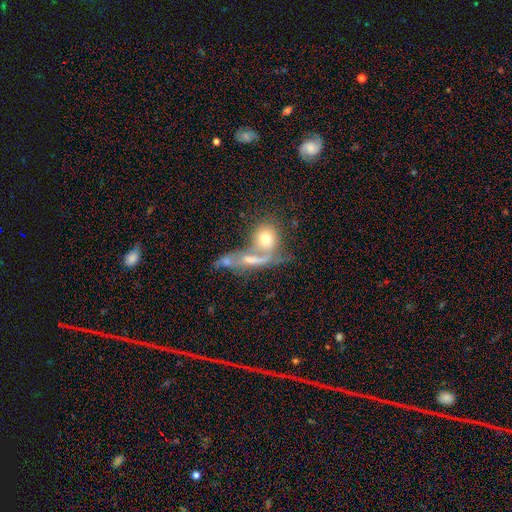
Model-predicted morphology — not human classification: smooth_or_featured: smooth (p=0.52) [alt: featured or disk p=0.26]
how_rounded: round (p=0.65) [alt: in between p=0.31]
merging: merger (p=0.47) [alt: none p=0.35]